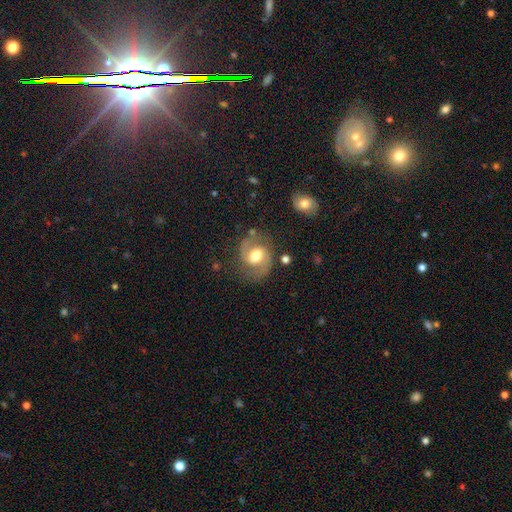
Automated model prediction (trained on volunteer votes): This is likely a featured or disk galaxy (80%). It is clearly not viewed edge-on (98%). Bar: possibly weak (47%). Spiral arm pattern: clearly yes (92%). Spiral arm count: clearly 2 (91%). Spiral winding: possibly medium (58%). Central bulge: likely moderate (66%). Merging: likely none (74%).